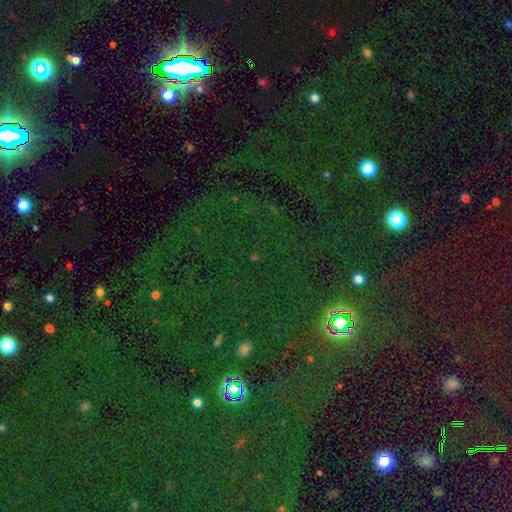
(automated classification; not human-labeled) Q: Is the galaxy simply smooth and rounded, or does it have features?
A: star or artifact — 76%.